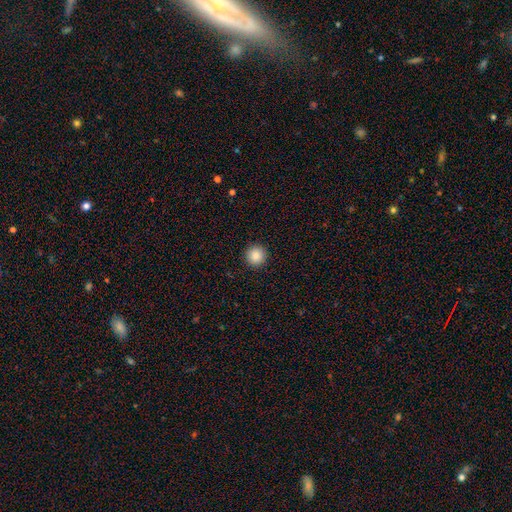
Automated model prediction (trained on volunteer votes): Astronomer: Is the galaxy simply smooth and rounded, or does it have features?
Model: smooth — 88%.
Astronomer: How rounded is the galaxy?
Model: round — 95%.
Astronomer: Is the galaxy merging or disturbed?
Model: none — 93%.